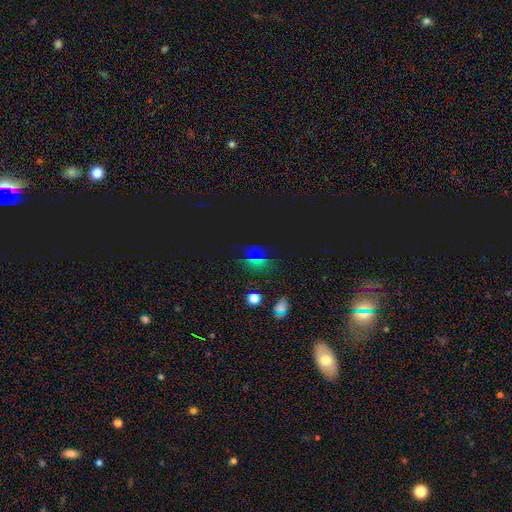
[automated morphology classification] Overall: star or artifact (62%; smooth 29%).